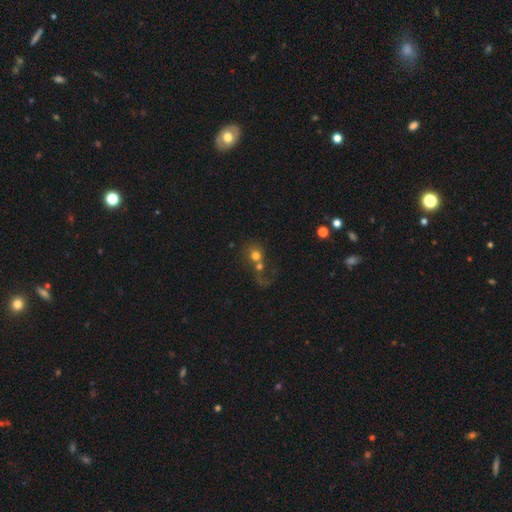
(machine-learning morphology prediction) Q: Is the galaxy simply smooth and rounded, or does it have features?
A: smooth — 62%.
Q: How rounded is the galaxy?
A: round — 80%.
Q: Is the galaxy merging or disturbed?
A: merger — 65%.